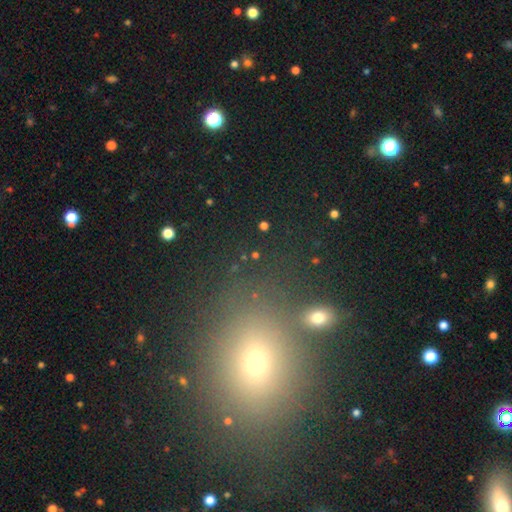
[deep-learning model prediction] smooth-or-featured: smooth: 47% | star or artifact: 39% | featured or disk: 14%
  merging: none: 73% | minor disturbance: 10% | merger: 9% | major disturbance: 7%